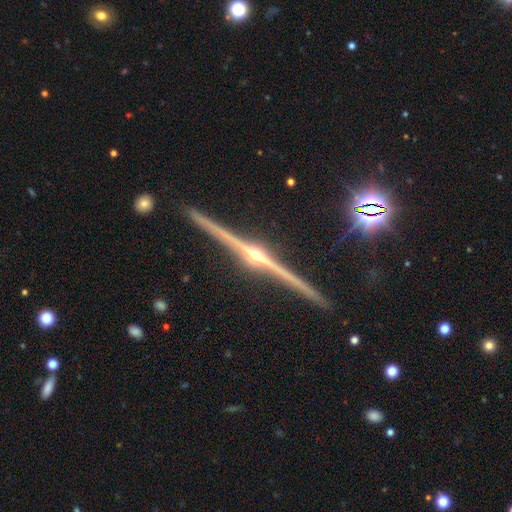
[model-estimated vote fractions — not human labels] Smooth or featured? Predicted: featured or disk (p=0.89). Edge-on disk? Predicted: yes (p=0.99). Edge-on bulge? Predicted: rounded (p=0.94). Merging? Predicted: none (p=0.92).